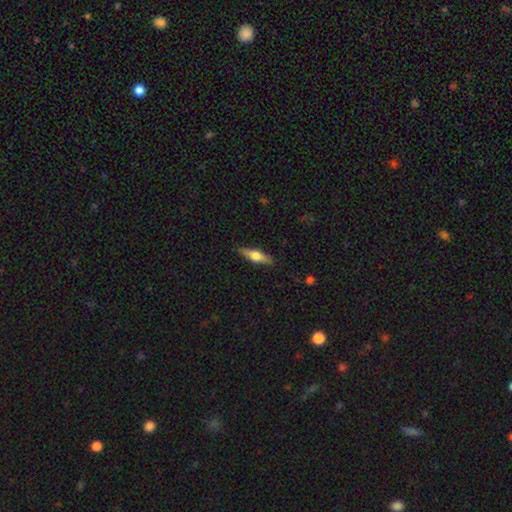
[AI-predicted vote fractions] Morphology: type=featured or disk (50%); edge-on=yes (93%); merging=none (88%).